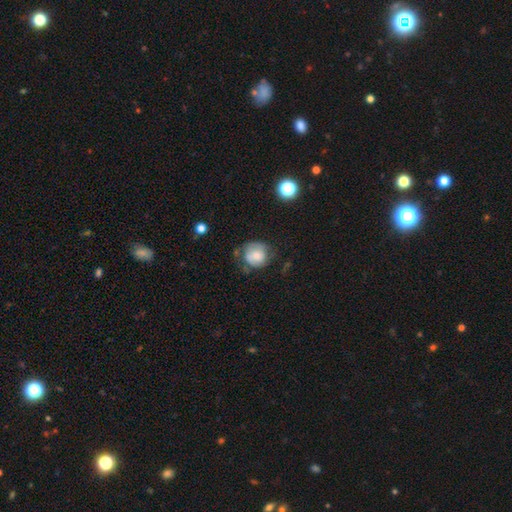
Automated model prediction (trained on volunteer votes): smooth-or-featured: smooth: 61% | featured or disk: 31% | star or artifact: 8%
  how-rounded: round: 82% | in between: 17% | cigar-shaped: 1%
  merging: none: 49% | minor disturbance: 30% | major disturbance: 17% | merger: 3%